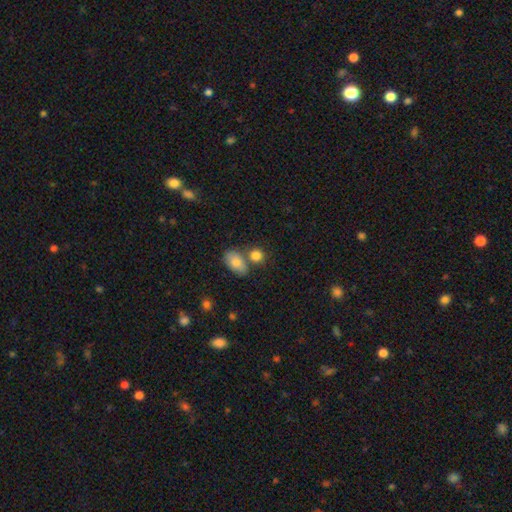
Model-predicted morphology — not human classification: The model was most divided on "merging": none: 57%, merger: 30%, minor disturbance: 10%, major disturbance: 3%. More confident: smooth or featured — smooth (83%); how rounded — round (68%).